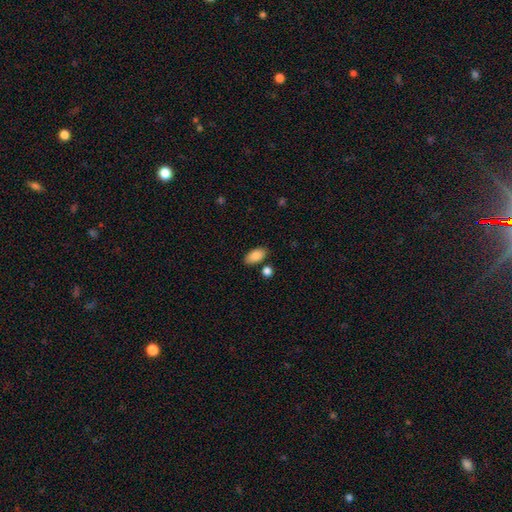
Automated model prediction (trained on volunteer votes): Smooth or featured? smooth (87%)
How rounded? in between (93%)
Merging? none (81%)